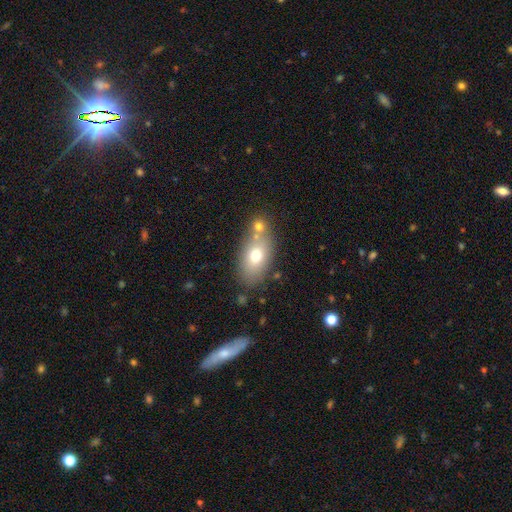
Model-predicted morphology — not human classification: smooth 69%, featured or disk 21%, star or artifact 10%. Down the decision tree: how rounded — in between (86%); merging — none (61%).